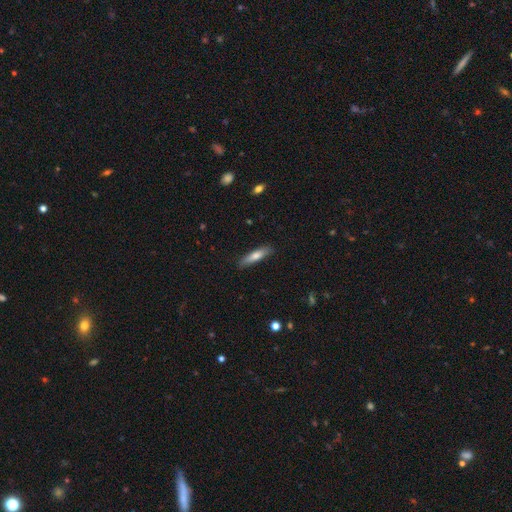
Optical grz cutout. It shows a smooth galaxy with no disk features (81%) that is cigar-shaped (87%). Merging: none (75%).